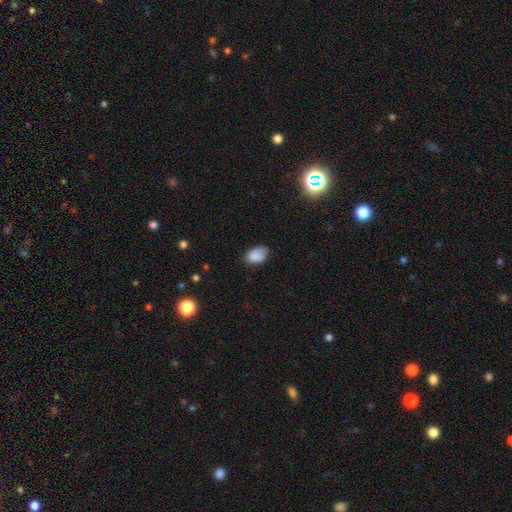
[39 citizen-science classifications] This is clearly a smooth galaxy (87%). How rounded: clearly in between (85%). Merging: likely none (74%).